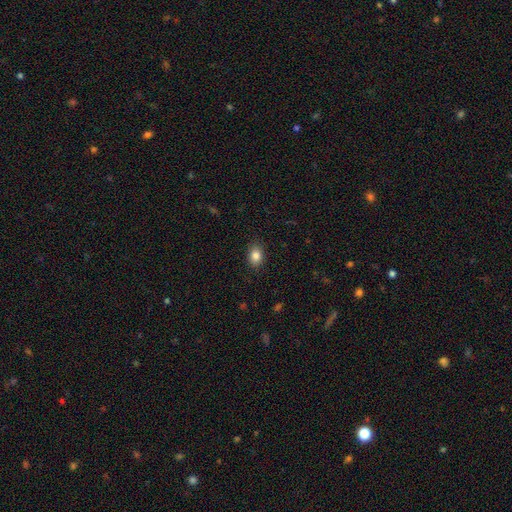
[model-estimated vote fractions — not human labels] Smooth or featured: smooth — 85% (star or artifact — 9%)
How rounded: in between — 72% (round — 27%)
Merging: none — 87% (minor disturbance — 9%)